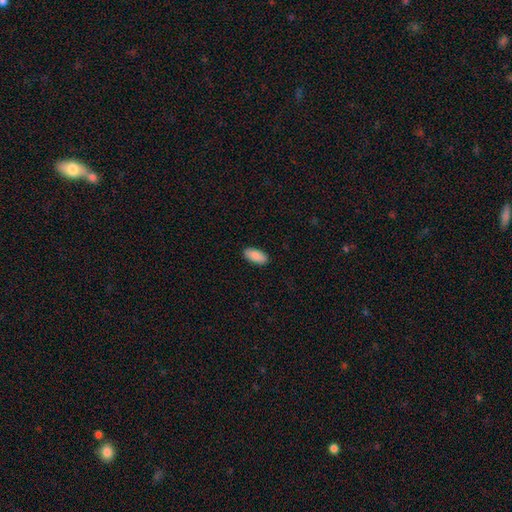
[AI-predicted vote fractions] This appears to be a smooth galaxy with no disk features (90%) that is in between round and cigar-shaped (93%). Merging: none (90%).